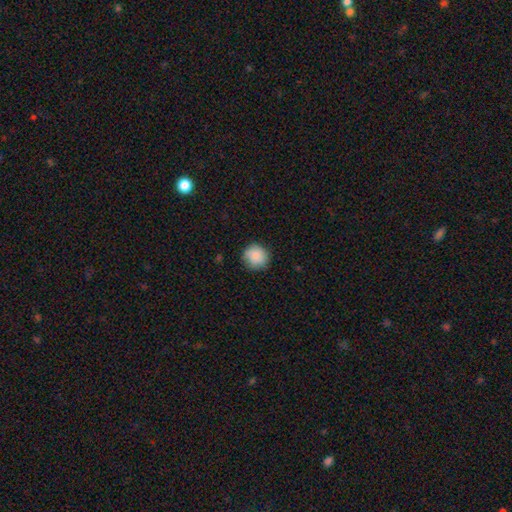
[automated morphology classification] Smooth or featured? Predicted: smooth (p=0.87). How rounded? Predicted: round (p=0.92). Merging? Predicted: none (p=0.84).